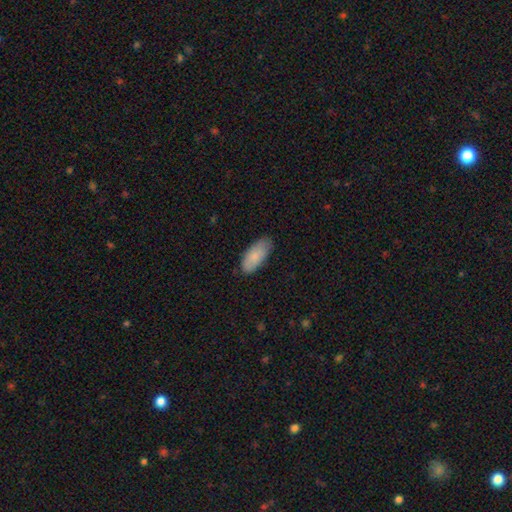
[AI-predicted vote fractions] Overall: smooth (85%). How rounded: in between (89%). Merging: none (80%).